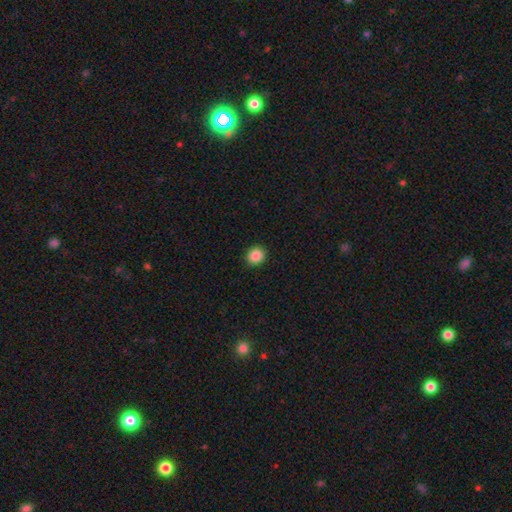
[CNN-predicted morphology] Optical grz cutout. It shows a smooth galaxy with no disk features (88%) that is round (82%). Merging: none (92%).